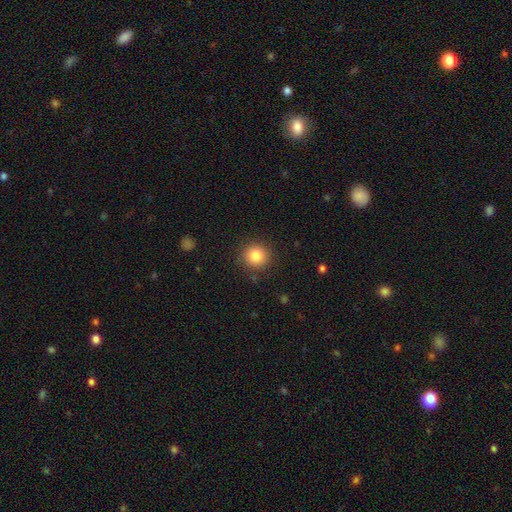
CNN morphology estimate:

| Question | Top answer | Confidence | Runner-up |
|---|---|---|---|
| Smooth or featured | smooth | 84% | star or artifact (10%) |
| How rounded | round | 92% | in between (7%) |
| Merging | none | 89% | minor disturbance (7%) |